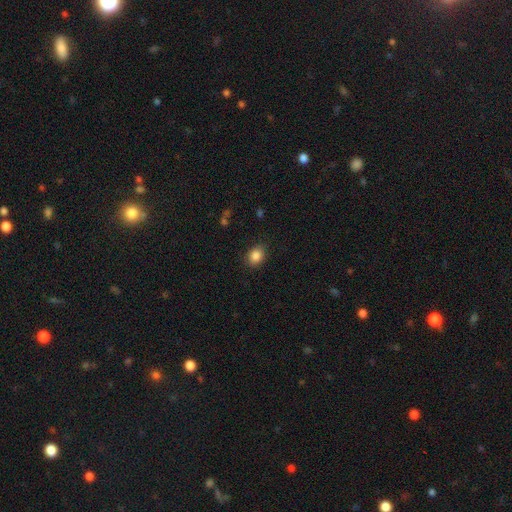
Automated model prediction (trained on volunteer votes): Overall: smooth (86%). How rounded: in between (52%; round 47%). Merging: none (85%).